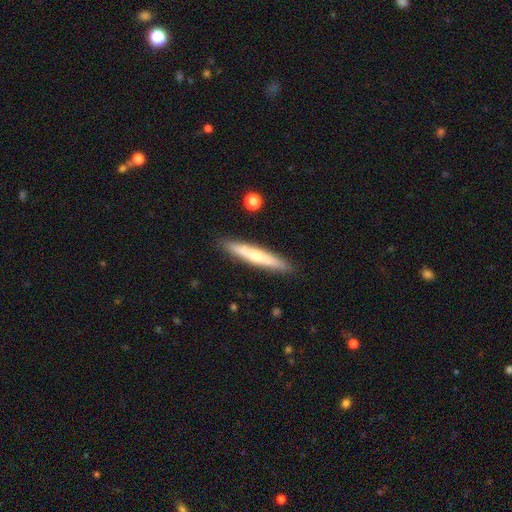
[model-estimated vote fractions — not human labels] This appears to be a smooth galaxy with no disk features (48%). Merging: none (90%).